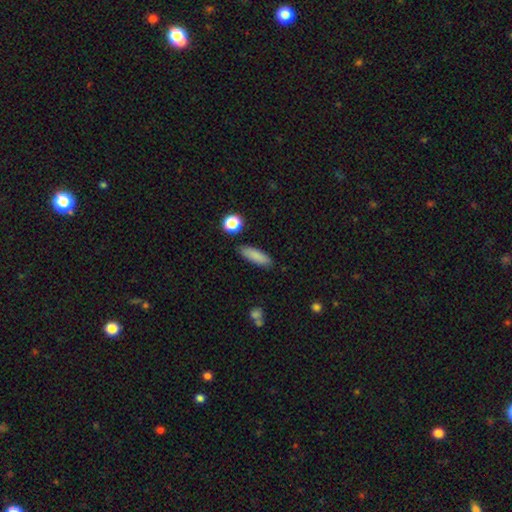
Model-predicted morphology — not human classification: smooth_or_featured: smooth (p=0.85) [alt: star or artifact p=0.09]
how_rounded: cigar-shaped (p=0.51) [alt: in between p=0.46]
merging: none (p=0.86) [alt: minor disturbance p=0.09]